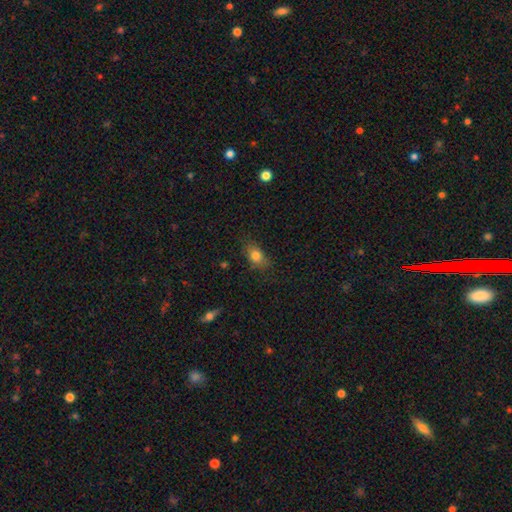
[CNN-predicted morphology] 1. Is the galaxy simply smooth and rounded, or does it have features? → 78% smooth, 11% featured or disk, 10% star or artifact.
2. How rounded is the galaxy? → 77% in between, 18% round, 5% cigar-shaped.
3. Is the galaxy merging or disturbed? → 75% none, 19% minor disturbance, 5% major disturbance, 1% merger.